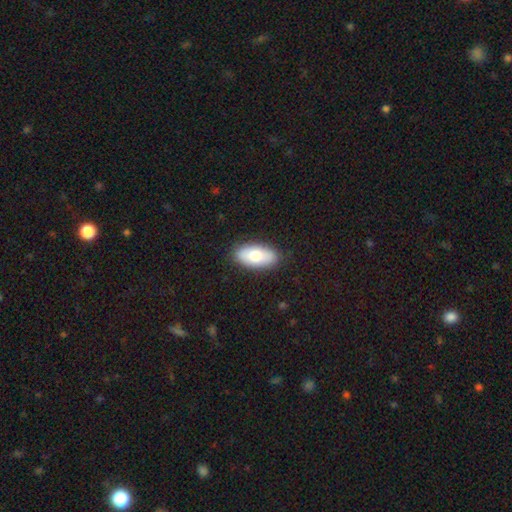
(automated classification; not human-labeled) smooth-or-featured: smooth: 75% | featured or disk: 19% | star or artifact: 6%
  how-rounded: in between: 92% | cigar-shaped: 4% | round: 3%
  merging: none: 88% | minor disturbance: 9% | major disturbance: 2% | merger: 1%